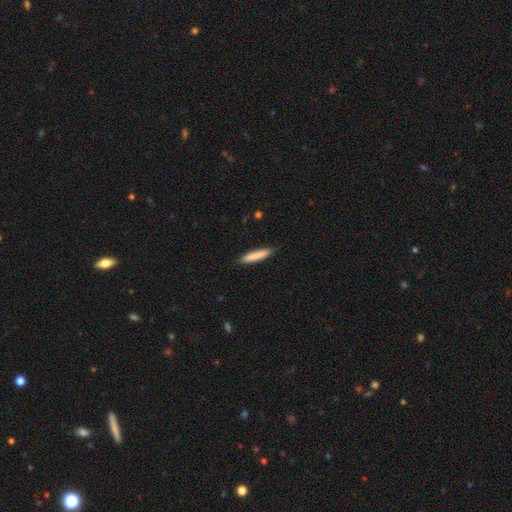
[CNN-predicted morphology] Smooth or featured? smooth (84%)
How rounded? cigar-shaped (88%)
Merging? none (87%)